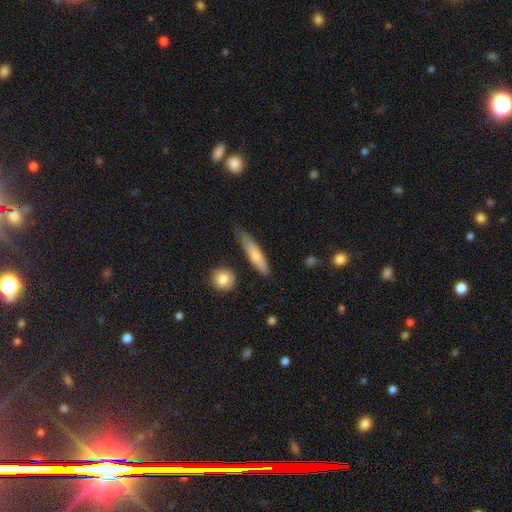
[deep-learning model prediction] Smooth or featured: smooth — 71% (featured or disk — 23%)
How rounded: cigar-shaped — 80% (in between — 18%)
Merging: none — 72% (minor disturbance — 20%)